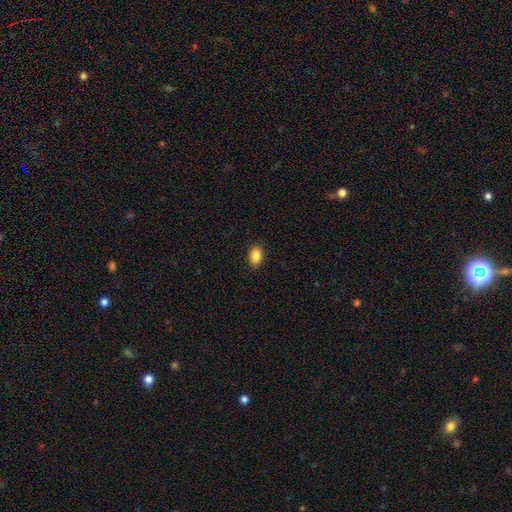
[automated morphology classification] A smooth galaxy with no disk features (87%) that is in between round and cigar-shaped (80%). Merging: none (89%).